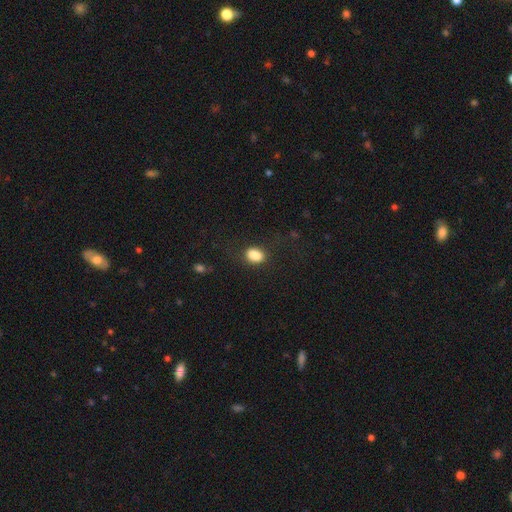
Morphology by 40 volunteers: This is clearly a smooth galaxy (90%). How rounded: likely in between (72%). Merging: likely none (66%).